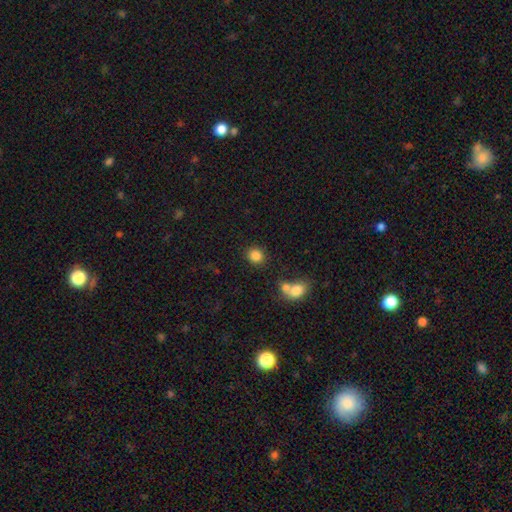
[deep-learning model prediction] smooth 85%, star or artifact 10%, featured or disk 5%. Down the decision tree: how rounded — round (77%); merging — none (82%).